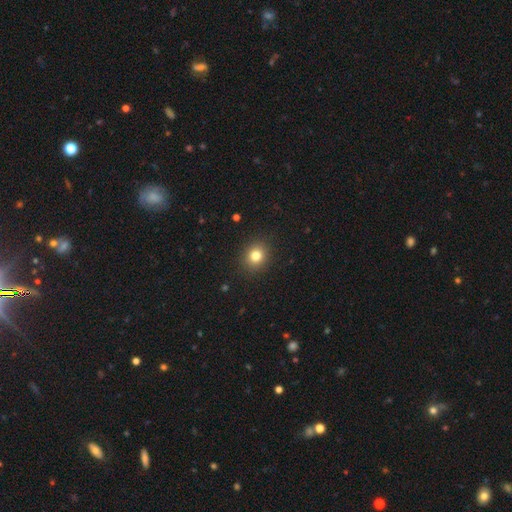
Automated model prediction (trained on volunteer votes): A smooth galaxy with no disk features (80%) that is round (78%). Merging: none (90%).